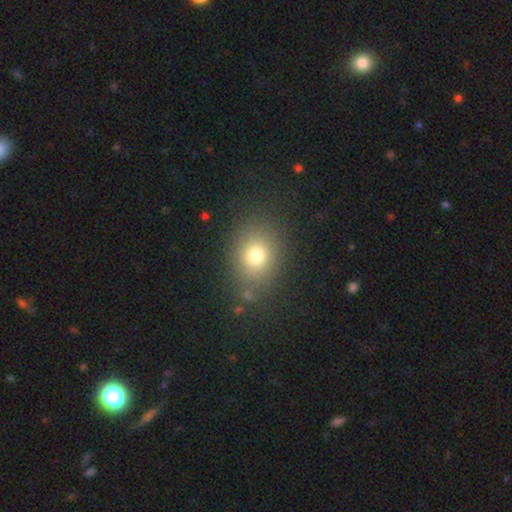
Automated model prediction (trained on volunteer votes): Smooth or featured: smooth — 76% (star or artifact — 14%)
How rounded: round — 52% (in between — 47%)
Merging: none — 82% (minor disturbance — 12%)